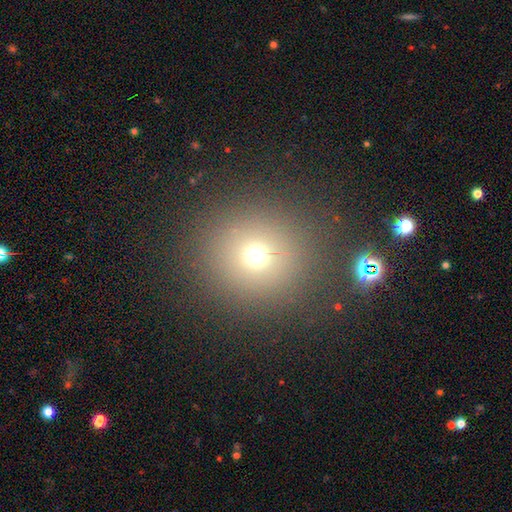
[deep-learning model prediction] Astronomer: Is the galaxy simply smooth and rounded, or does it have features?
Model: smooth — 68%.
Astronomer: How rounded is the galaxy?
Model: round — 92%.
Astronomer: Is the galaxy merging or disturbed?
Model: none — 84%.